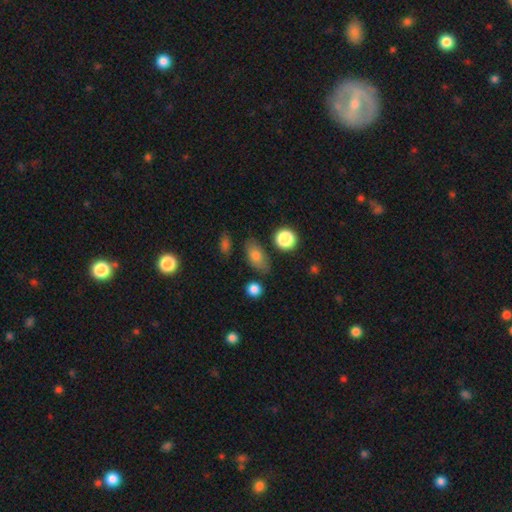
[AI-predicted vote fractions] Q: Smooth or featured?
A: smooth (74%); runner-up: featured or disk (15%)
Q: How rounded?
A: in between (80%); runner-up: round (13%)
Q: Merging?
A: none (76%); runner-up: minor disturbance (16%)